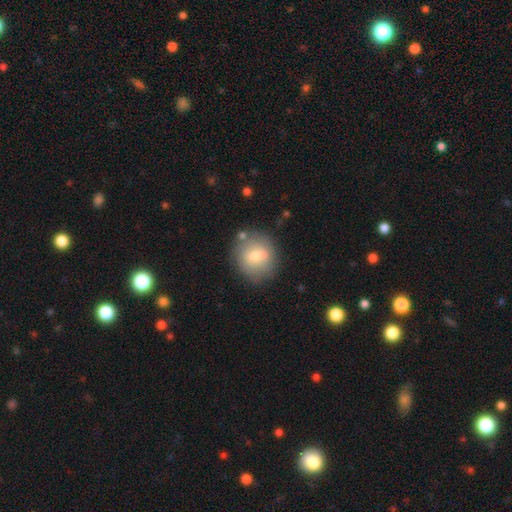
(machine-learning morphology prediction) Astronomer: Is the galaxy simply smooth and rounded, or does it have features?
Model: smooth — 66%.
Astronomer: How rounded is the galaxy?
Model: round — 84%.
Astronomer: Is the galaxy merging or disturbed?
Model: none — 70%.